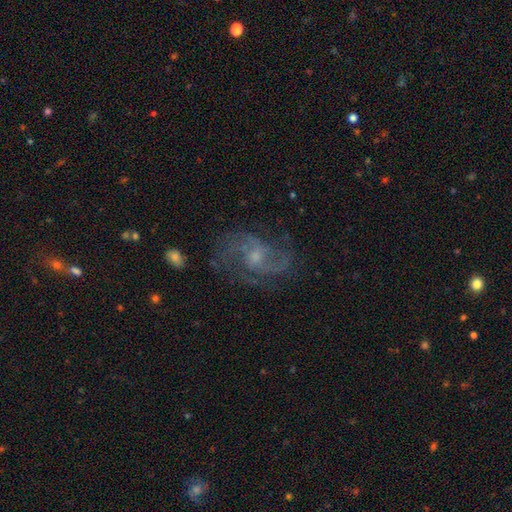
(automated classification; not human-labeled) Smooth or featured: featured or disk — 81% (star or artifact — 12%)
Edge-on disk: no — 97% (yes — 3%)
Bar: no — 54% (weak — 40%)
Spiral arms: yes — 96% (no — 4%)
Spiral winding: medium — 52% (loose — 27%)
Spiral arm count: 2 — 59% (3 — 14%)
Bulge size: small — 55% (moderate — 36%)
Merging: none — 75% (minor disturbance — 15%)